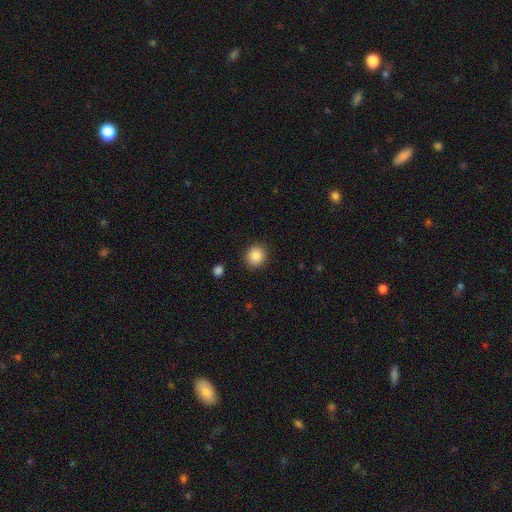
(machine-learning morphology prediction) Overall: smooth (88%). How rounded: round (83%). Merging: none (90%).